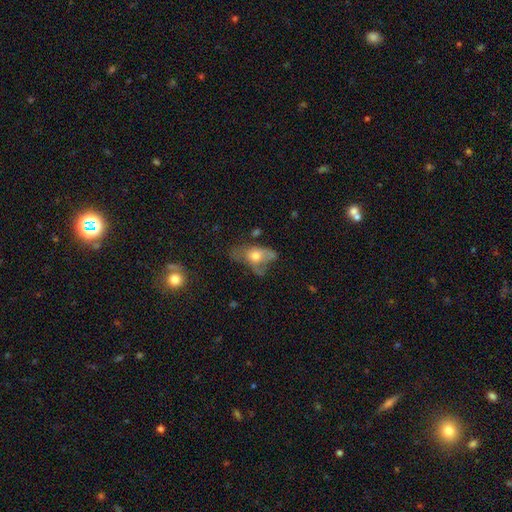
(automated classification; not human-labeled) Smooth or featured? Predicted: smooth (p=0.53). How rounded? Predicted: in between (p=0.80). Merging? Predicted: major disturbance (p=0.40).